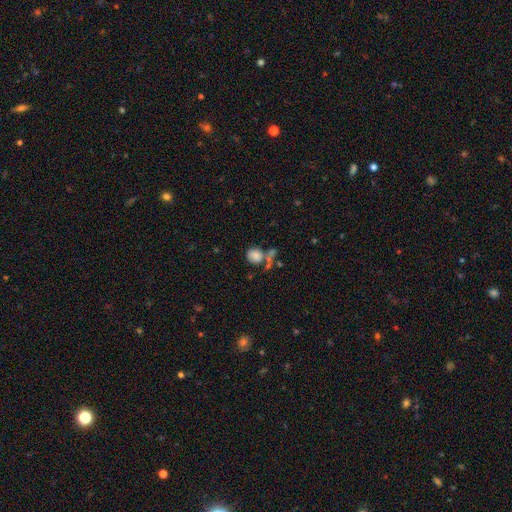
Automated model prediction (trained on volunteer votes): Smooth or featured?
  - smooth: 78% *
  - featured or disk: 11%
  - star or artifact: 10%
How rounded?
  - round: 66% *
  - in between: 32%
  - cigar-shaped: 1%
Merging?
  - none: 42% *
  - merger: 32%
  - minor disturbance: 15%
  - major disturbance: 11%